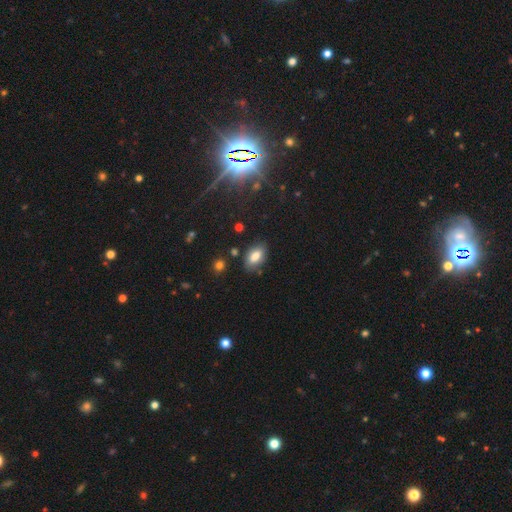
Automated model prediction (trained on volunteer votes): Morphology: type=smooth (81%); roundness=in between (91%); merging=none (80%).